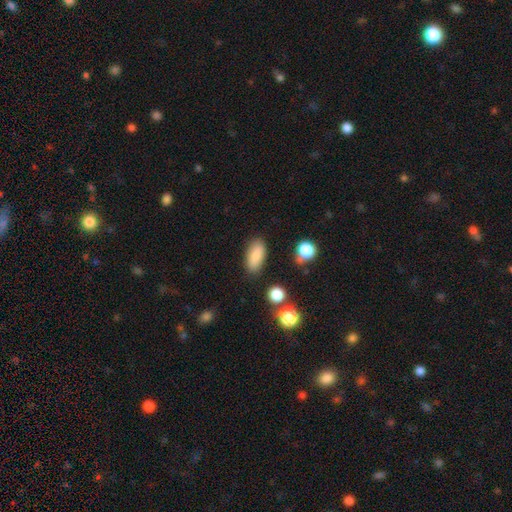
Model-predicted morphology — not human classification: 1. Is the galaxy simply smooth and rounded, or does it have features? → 85% smooth, 8% star or artifact, 7% featured or disk.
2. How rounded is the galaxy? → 84% in between, 13% cigar-shaped, 4% round.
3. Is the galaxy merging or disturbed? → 83% none, 11% minor disturbance, 3% major disturbance, 2% merger.